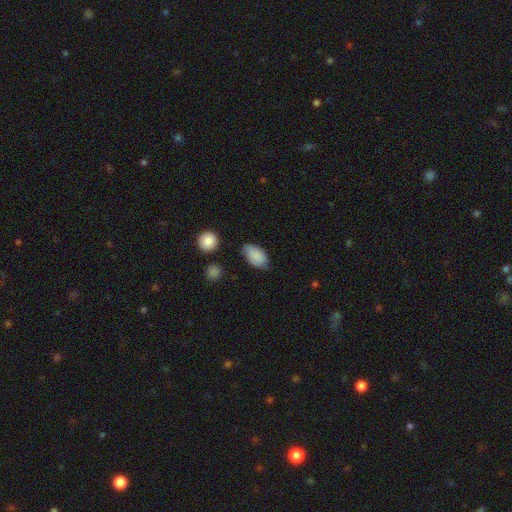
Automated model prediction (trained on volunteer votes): Smooth or featured?
  - smooth: 87% *
  - star or artifact: 7%
  - featured or disk: 7%
How rounded?
  - in between: 93% *
  - round: 5%
  - cigar-shaped: 2%
Merging?
  - none: 73% *
  - minor disturbance: 21%
  - major disturbance: 4%
  - merger: 2%